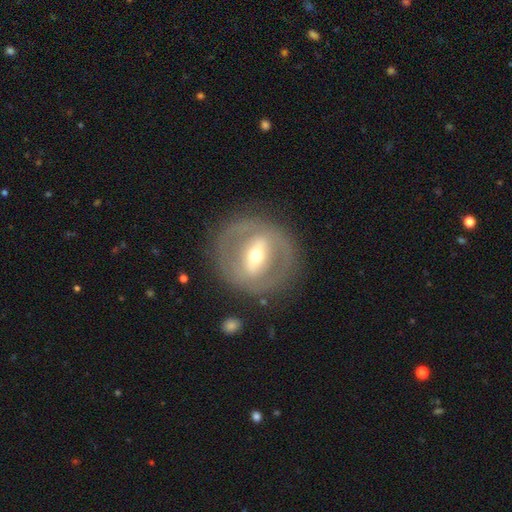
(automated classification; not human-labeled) This is likely a featured or disk galaxy (70%). It is clearly not viewed edge-on (90%). Bar: possibly strong (55%). Spiral arm pattern: likely no (73%). Central bulge: possibly moderate (60%). Merging: clearly none (80%).